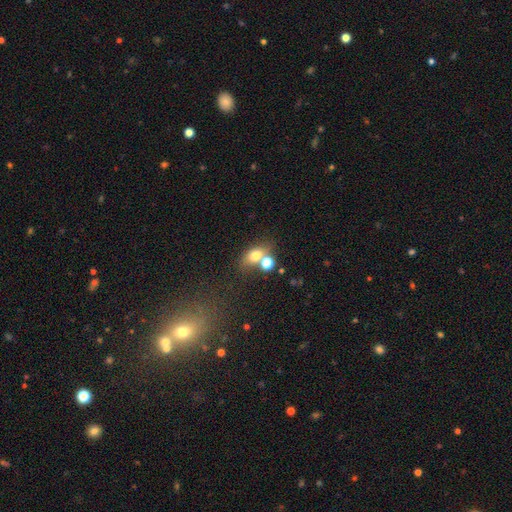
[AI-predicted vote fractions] Smooth or featured? smooth (72%)
How rounded? in between (68%)
Merging? none (46%)